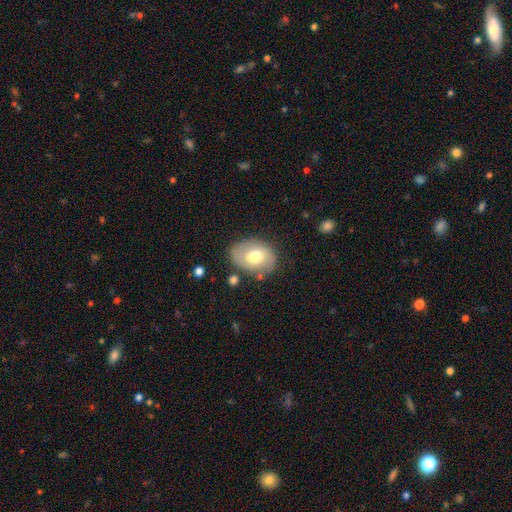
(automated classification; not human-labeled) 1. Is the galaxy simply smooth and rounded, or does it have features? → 53% smooth, 39% featured or disk, 8% star or artifact.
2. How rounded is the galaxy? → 72% in between, 27% round, 1% cigar-shaped.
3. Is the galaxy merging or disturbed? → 77% none, 16% minor disturbance, 4% major disturbance, 2% merger.